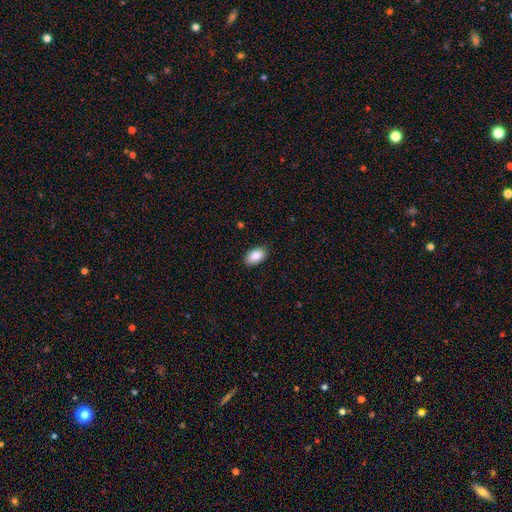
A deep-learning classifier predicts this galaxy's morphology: smooth-or-featured: smooth: 86% | star or artifact: 7% | featured or disk: 7%
  how-rounded: in between: 93% | round: 5% | cigar-shaped: 1%
  merging: none: 88% | minor disturbance: 9% | major disturbance: 2% | merger: 1%